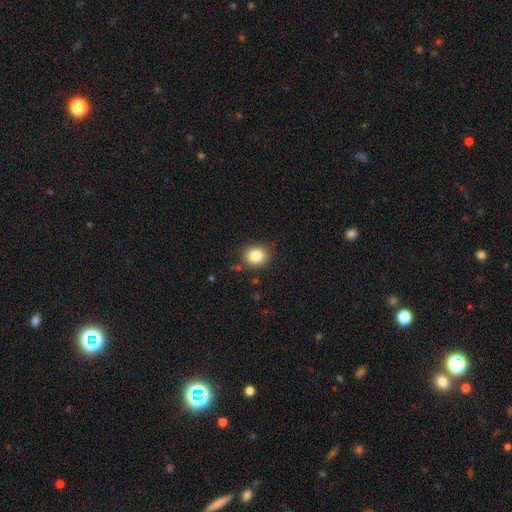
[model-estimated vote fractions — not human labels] This appears to be a smooth galaxy with no disk features (84%) that is round (75%). Merging: none (86%).